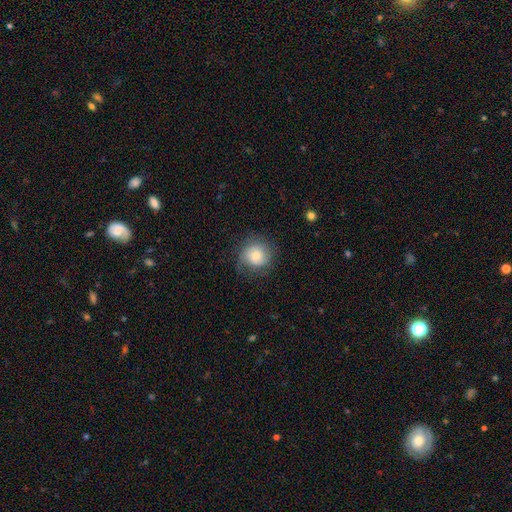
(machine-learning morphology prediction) This appears to be a smooth galaxy with no disk features (69%) that is round (85%). Merging: none (66%).